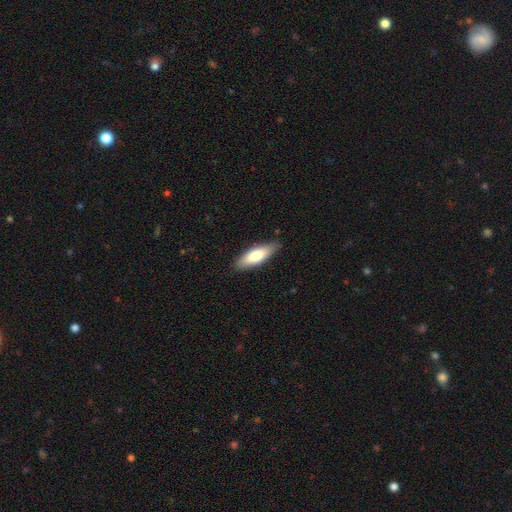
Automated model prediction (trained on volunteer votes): smooth 73%, featured or disk 21%, star or artifact 6%. Down the decision tree: how rounded — in between (57%); merging — none (85%).